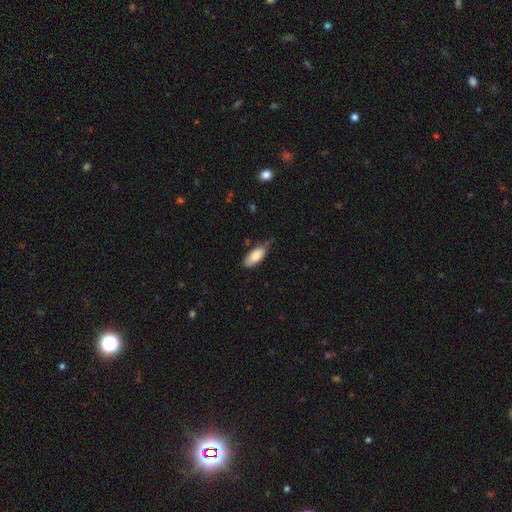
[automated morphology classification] Smooth or featured? smooth (85%)
How rounded? in between (86%)
Merging? none (55%)